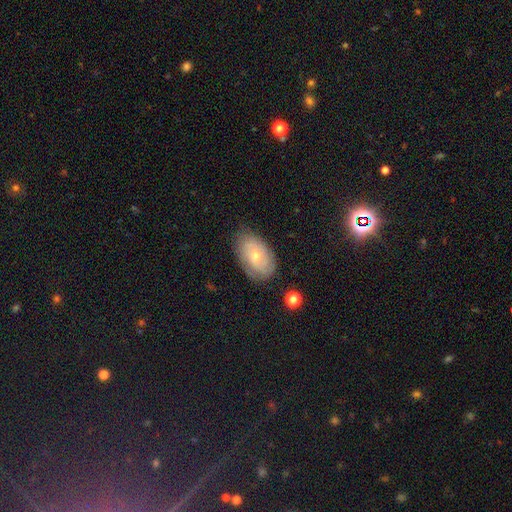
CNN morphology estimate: Smooth or featured: featured or disk — 60% (smooth — 32%)
Edge-on disk: no — 94% (yes — 6%)
Bar: no — 70% (weak — 26%)
Spiral arms: yes — 81% (no — 19%)
Bulge size: small — 58% (moderate — 39%)
Merging: none — 75% (minor disturbance — 19%)